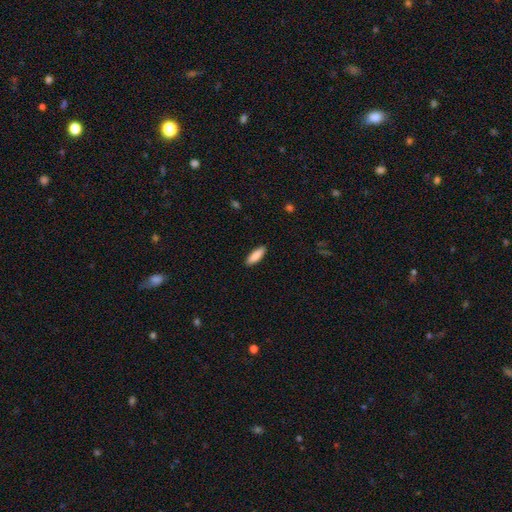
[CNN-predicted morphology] A smooth galaxy with no disk features (87%) that is in between round and cigar-shaped (53%).

Vote fractions:
- Smooth or featured? smooth: 87% / featured or disk: 8% / star or artifact: 6%
- How rounded? in between: 53% / cigar-shaped: 45% / round: 2%
- Merging? none: 89% / minor disturbance: 8% / major disturbance: 2% / merger: 1%